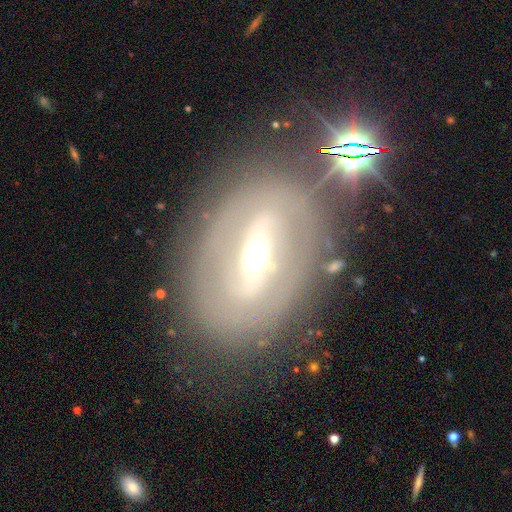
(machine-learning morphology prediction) Overall: featured or disk (75%). Edge-on disk: no (92%). Bar: strong (51%; weak 33%). Spiral arms: yes (59%; no 41%). Bulge size: moderate (63%; small 28%). Merging: none (74%).